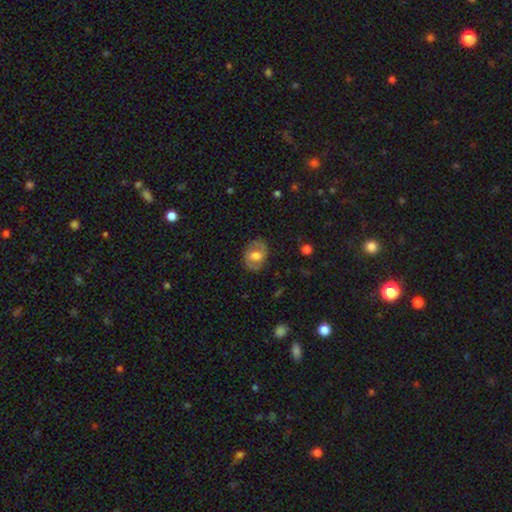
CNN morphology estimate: Smooth or featured? featured or disk (53%)
Edge-on disk? no (95%)
Bar? no (45%)
Spiral arms? yes (65%)
Bulge size? moderate (48%)
Merging? none (78%)